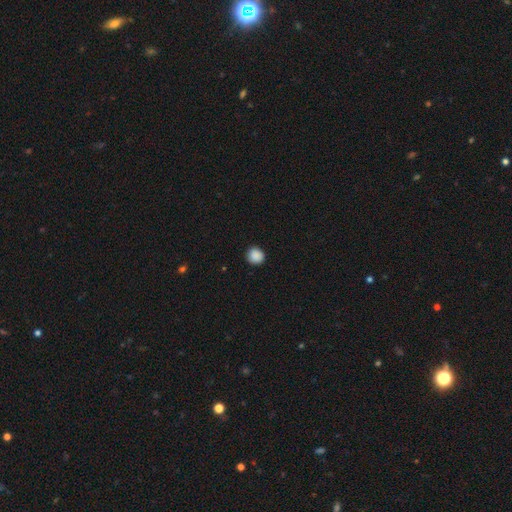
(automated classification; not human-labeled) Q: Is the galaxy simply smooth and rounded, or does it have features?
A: smooth — 89%.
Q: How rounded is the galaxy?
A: round — 91%.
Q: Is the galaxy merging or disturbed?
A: none — 91%.